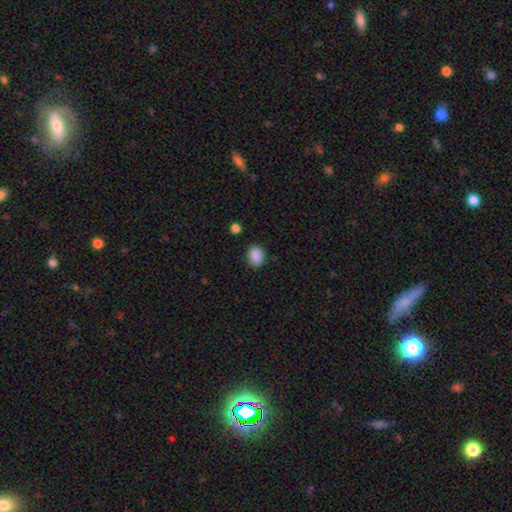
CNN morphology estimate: Smooth or featured? smooth (88%)
How rounded? in between (61%)
Merging? none (83%)